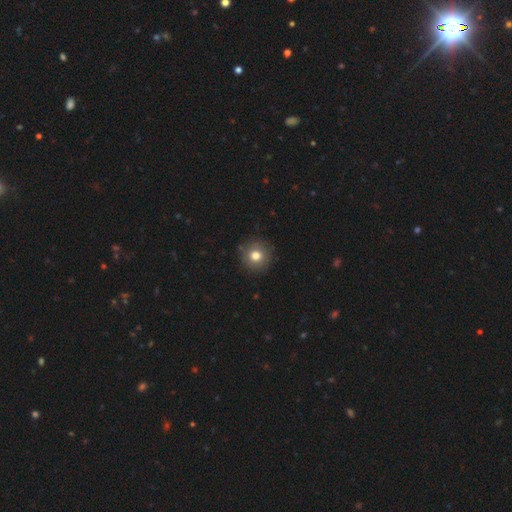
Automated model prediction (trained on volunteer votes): Smooth or featured? smooth (78%)
How rounded? round (94%)
Merging? none (90%)